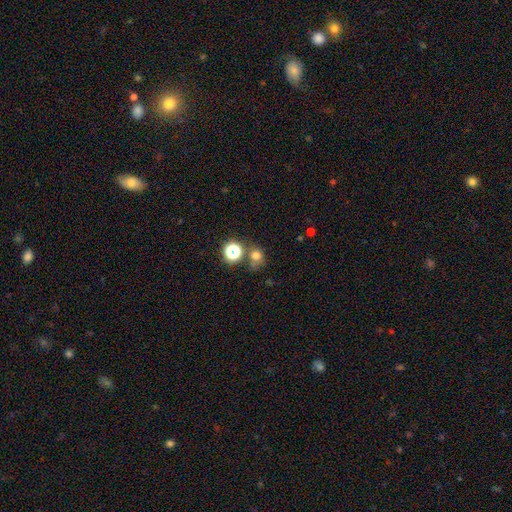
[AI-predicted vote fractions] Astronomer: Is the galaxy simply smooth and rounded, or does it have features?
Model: smooth — 69%.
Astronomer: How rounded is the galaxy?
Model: round — 77%.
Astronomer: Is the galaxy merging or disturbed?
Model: none — 58%.